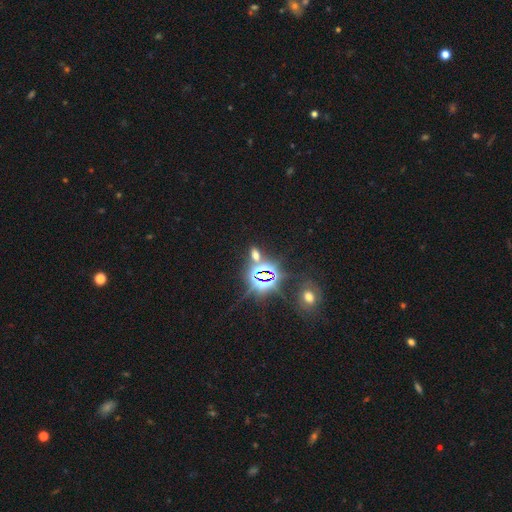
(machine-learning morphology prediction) smooth_or_featured: star or artifact (p=0.59) [alt: smooth p=0.32]